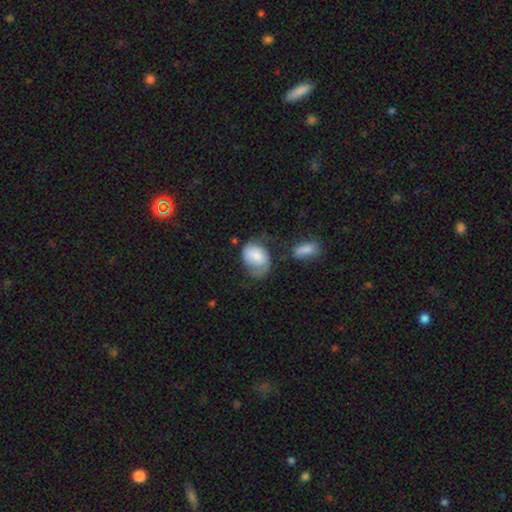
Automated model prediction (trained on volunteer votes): This is likely a smooth galaxy (65%). How rounded: likely in between (68%). Merging: marginally none (35%).